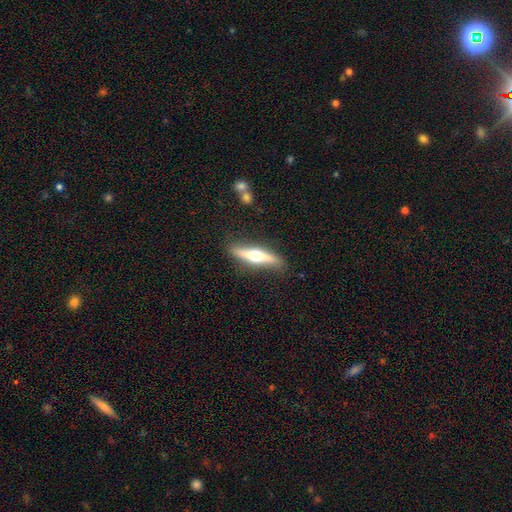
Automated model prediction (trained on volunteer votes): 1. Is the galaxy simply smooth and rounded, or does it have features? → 65% featured or disk, 30% smooth, 5% star or artifact.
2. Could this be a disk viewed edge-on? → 94% yes, 6% no.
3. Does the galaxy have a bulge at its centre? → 95% rounded, 3% boxy, 2% none.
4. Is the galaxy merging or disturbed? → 86% none, 10% minor disturbance, 2% major disturbance, 2% merger.